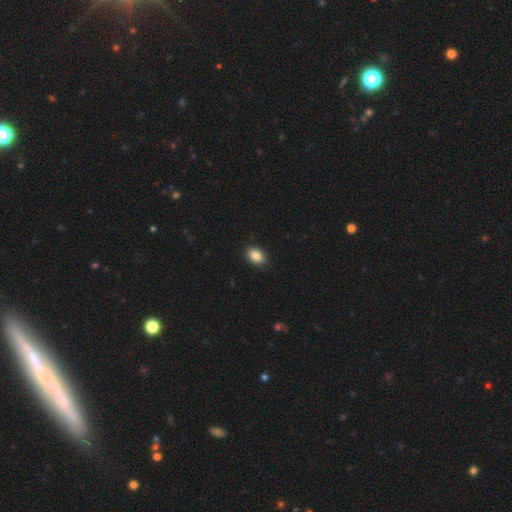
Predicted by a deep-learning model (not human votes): smooth_or_featured: smooth (p=0.87) [alt: star or artifact p=0.08]
how_rounded: in between (p=0.84) [alt: round p=0.15]
merging: none (p=0.91) [alt: minor disturbance p=0.07]